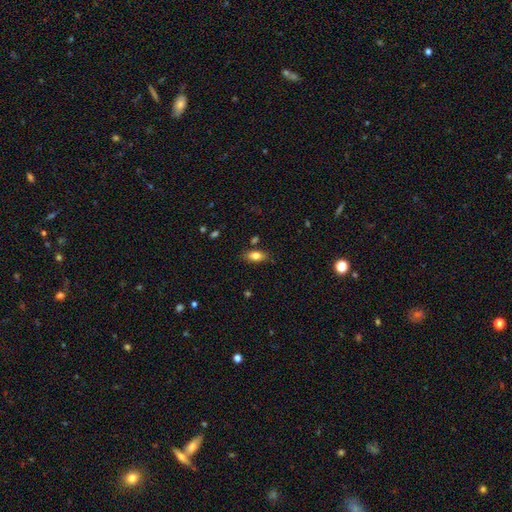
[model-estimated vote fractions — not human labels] Smooth or featured: smooth — 82% (featured or disk — 10%)
How rounded: in between — 87% (cigar-shaped — 8%)
Merging: none — 80% (minor disturbance — 13%)